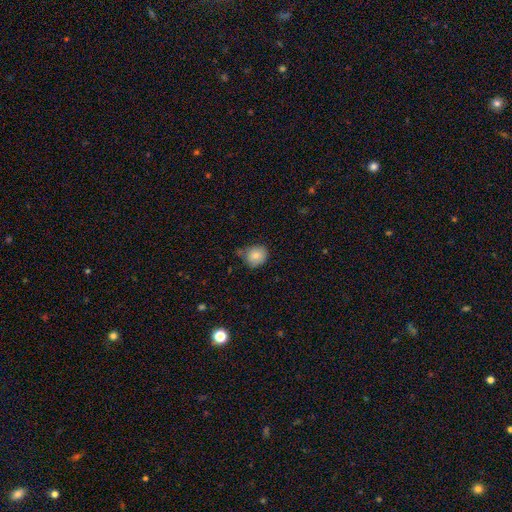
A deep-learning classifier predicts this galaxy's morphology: Overall: smooth (83%). How rounded: round (77%). Merging: none (67%).